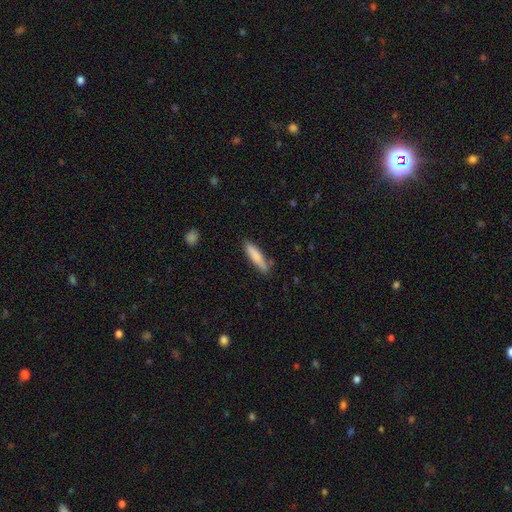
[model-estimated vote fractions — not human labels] smooth 81%, featured or disk 13%, star or artifact 6%. Down the decision tree: how rounded — cigar-shaped (81%); merging — none (81%).